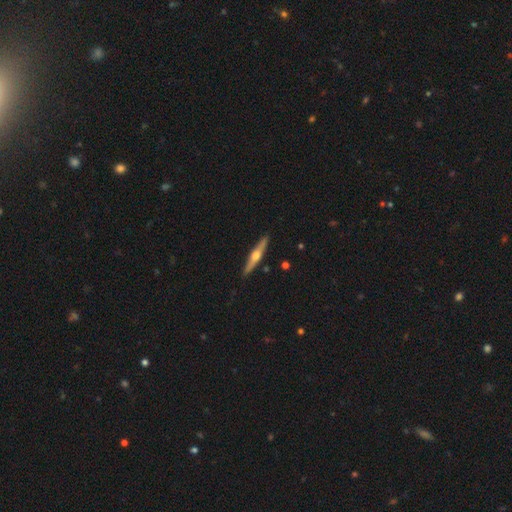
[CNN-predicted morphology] Smooth or featured: featured or disk — 68% (smooth — 27%)
Edge-on disk: yes — 97% (no — 3%)
Edge-on bulge: rounded — 93% (none — 4%)
Merging: none — 90% (minor disturbance — 7%)